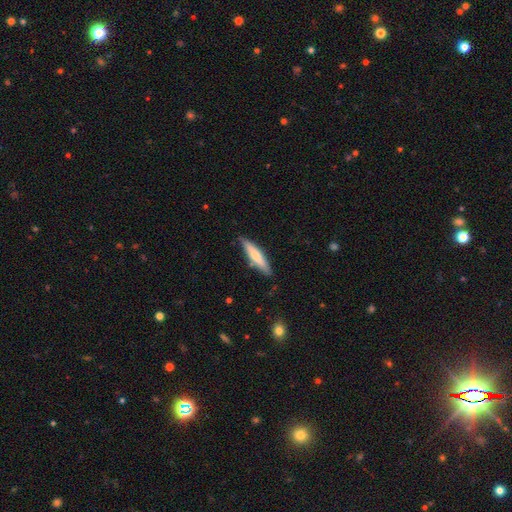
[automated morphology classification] A smooth galaxy with no disk features (57%) that is cigar-shaped (85%). Merging: none (82%).